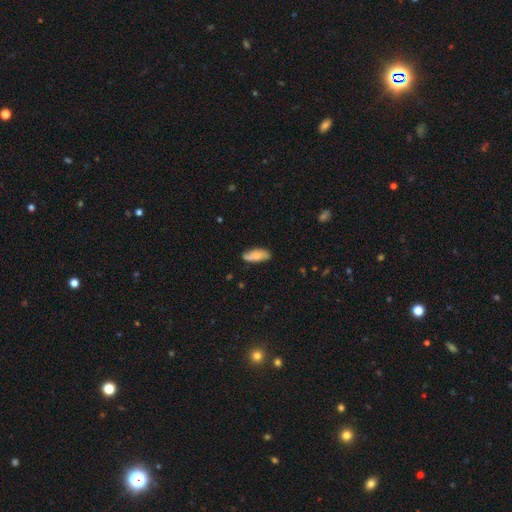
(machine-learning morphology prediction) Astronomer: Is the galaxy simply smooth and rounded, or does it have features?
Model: smooth — 69%.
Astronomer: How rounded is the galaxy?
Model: in between — 78%.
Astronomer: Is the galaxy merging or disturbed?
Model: none — 75%.